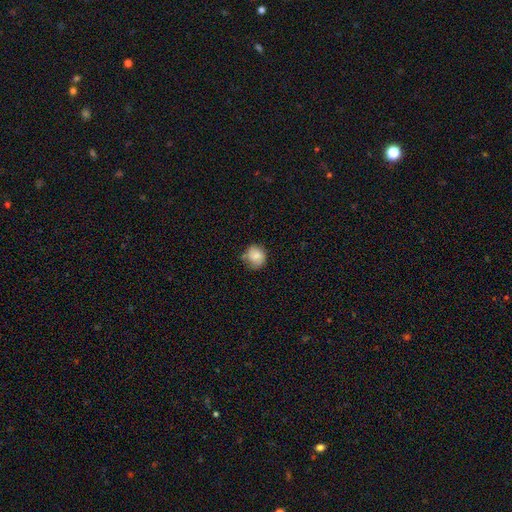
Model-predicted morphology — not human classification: A smooth galaxy with no disk features (79%) that is round (77%). Merging: none (58%).